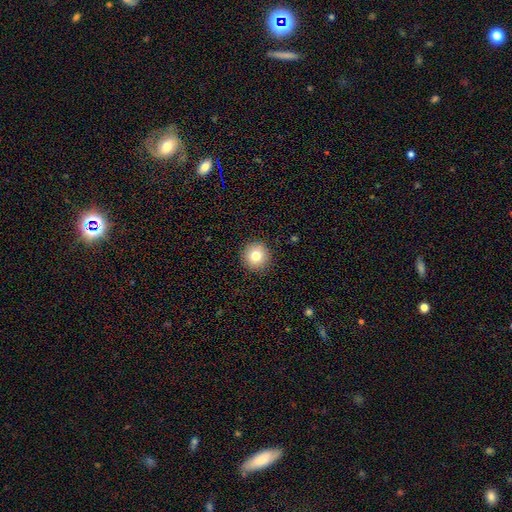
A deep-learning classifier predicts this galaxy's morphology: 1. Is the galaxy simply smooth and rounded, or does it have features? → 80% smooth, 11% star or artifact, 10% featured or disk.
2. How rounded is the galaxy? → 95% round, 4% in between, 1% cigar-shaped.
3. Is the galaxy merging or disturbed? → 92% none, 5% minor disturbance, 2% major disturbance, 1% merger.